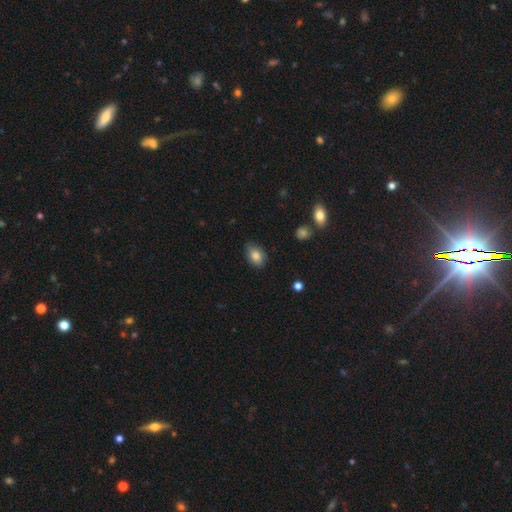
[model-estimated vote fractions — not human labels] Smooth or featured?
  - smooth: 83% *
  - featured or disk: 9%
  - star or artifact: 8%
How rounded?
  - in between: 84% *
  - round: 14%
  - cigar-shaped: 1%
Merging?
  - none: 76% *
  - minor disturbance: 20%
  - major disturbance: 3%
  - merger: 1%